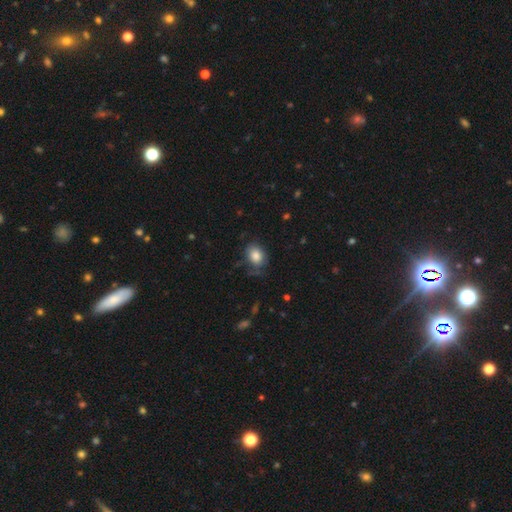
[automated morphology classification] A smooth galaxy with no disk features (84%) that is in between round and cigar-shaped (64%). Merging: none (70%).